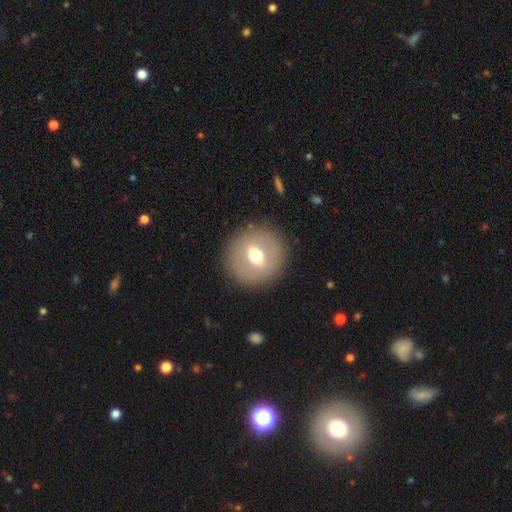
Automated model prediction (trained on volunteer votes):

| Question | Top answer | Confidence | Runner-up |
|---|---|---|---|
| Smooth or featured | smooth | 55% | featured or disk (36%) |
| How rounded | round | 92% | in between (7%) |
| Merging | none | 89% | minor disturbance (7%) |